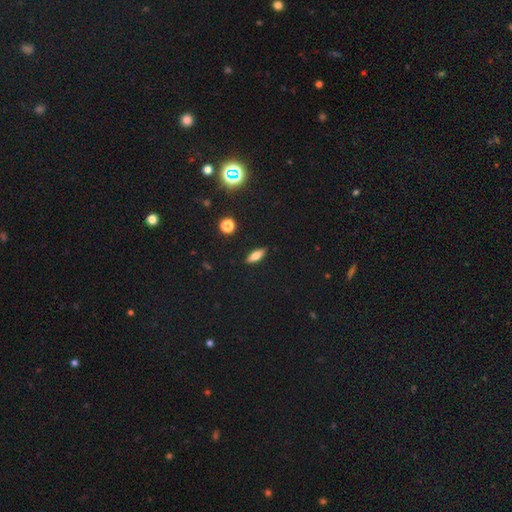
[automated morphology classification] The model was most divided on "how rounded": in between: 58%, cigar-shaped: 37%, round: 4%. More confident: merging — none (89%); smooth or featured — smooth (65%).